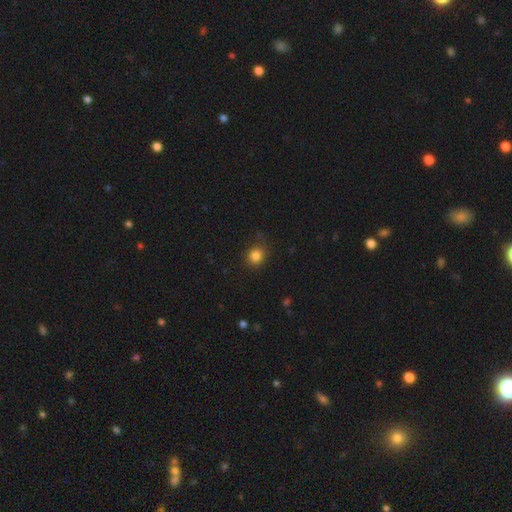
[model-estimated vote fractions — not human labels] The model was most divided on "how rounded": round: 83%, in between: 16%, cigar-shaped: 1%. More confident: smooth or featured — smooth (84%); merging — none (83%).